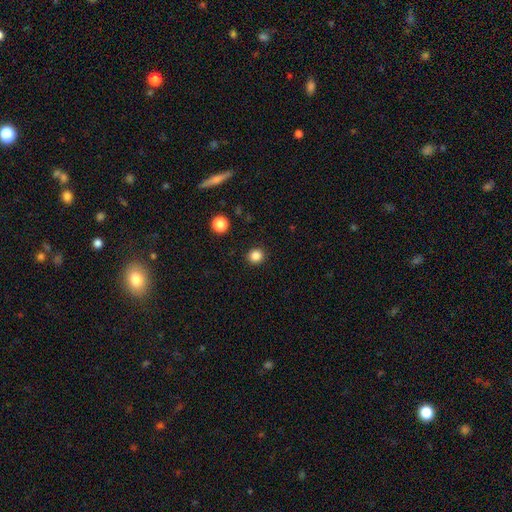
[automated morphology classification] This appears to be a smooth galaxy with no disk features (85%) that is round (91%). Merging: none (92%).